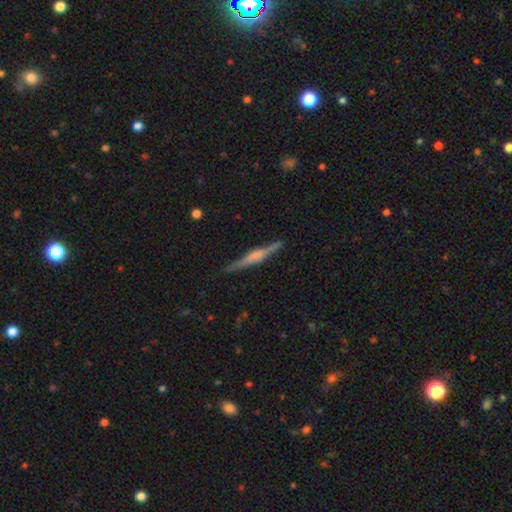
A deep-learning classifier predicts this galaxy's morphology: This appears to be a featured or disk galaxy (74%) viewed edge-on (98%) with a rounded central bulge (59%). Merging: none (90%).